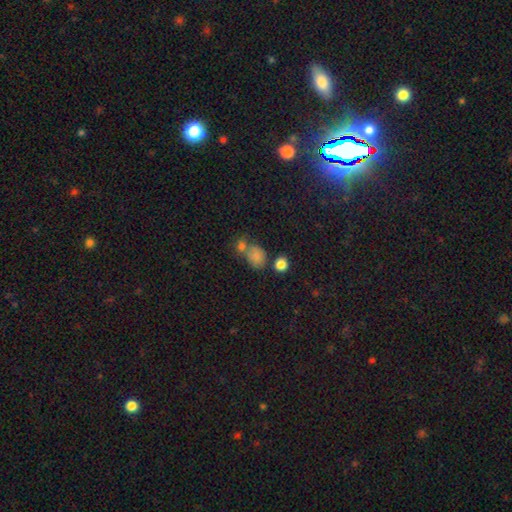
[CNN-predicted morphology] This appears to be a smooth galaxy with no disk features (78%) that is in between round and cigar-shaped (53%). Merging: none (44%).